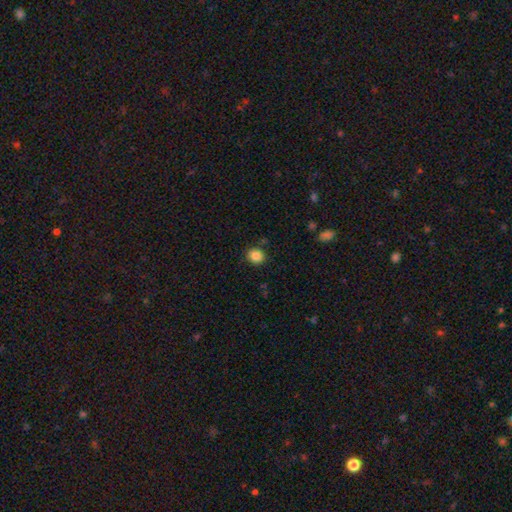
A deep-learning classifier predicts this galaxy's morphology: type=smooth (86%); roundness=round (82%); merging=none (87%).